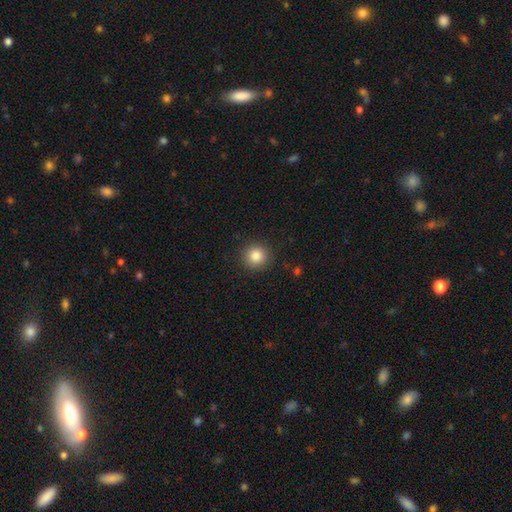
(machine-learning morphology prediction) This is clearly a smooth galaxy (85%). How rounded: clearly round (92%). Merging: clearly none (90%).